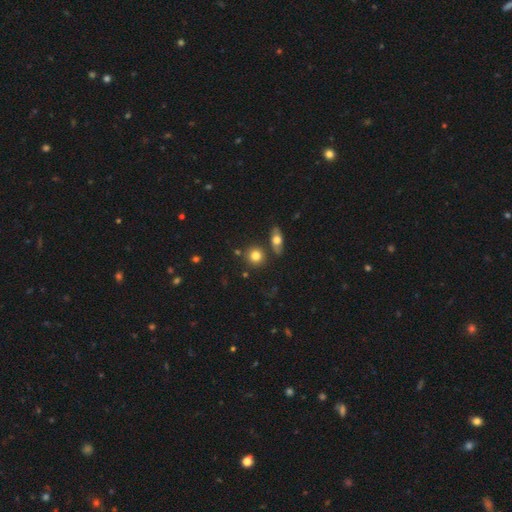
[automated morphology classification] smooth-or-featured: smooth: 79% | star or artifact: 11% | featured or disk: 10%
  how-rounded: round: 86% | in between: 12% | cigar-shaped: 2%
  merging: none: 78% | merger: 10% | minor disturbance: 9% | major disturbance: 3%